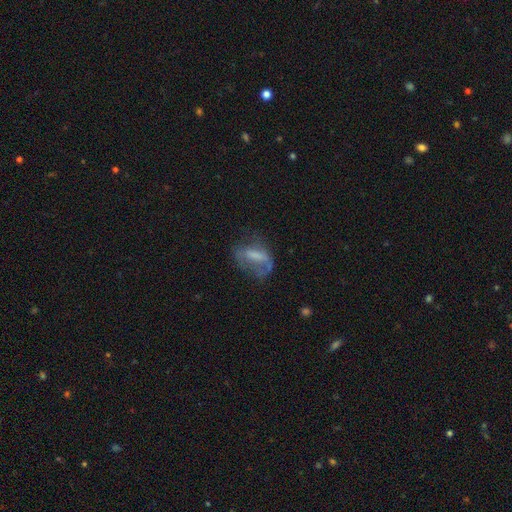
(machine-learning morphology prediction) A featured or disk galaxy (45%).

Vote fractions:
- Smooth or featured? featured or disk: 45% / smooth: 44% / star or artifact: 11%
- Merging? major disturbance: 38% / none: 34% / minor disturbance: 24% / merger: 4%